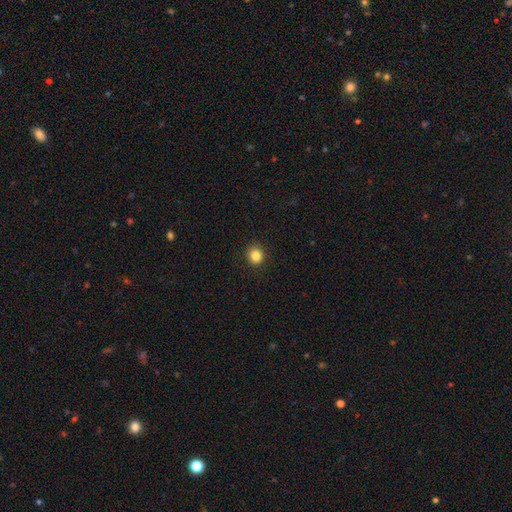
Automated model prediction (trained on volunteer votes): This appears to be a smooth galaxy with no disk features (85%) that is round (87%). Merging: none (91%).